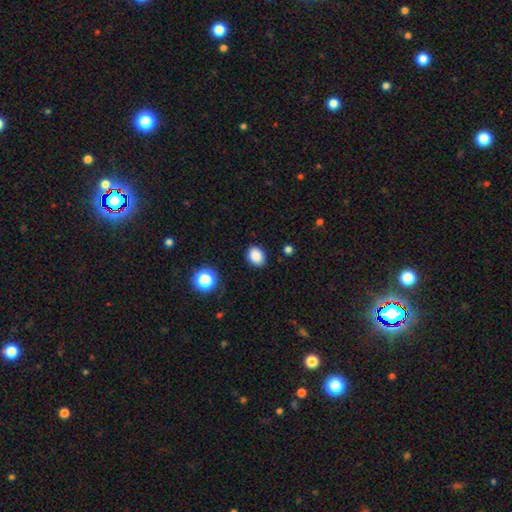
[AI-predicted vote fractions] Morphology: type=smooth (86%); roundness=in between (57%); merging=none (88%).